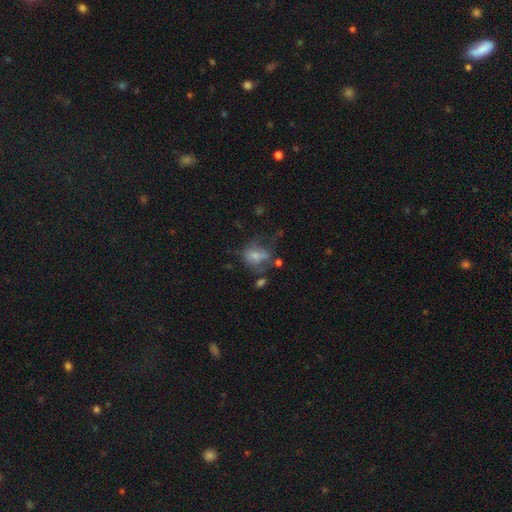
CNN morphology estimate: Q: Smooth or featured?
A: smooth (57%); runner-up: featured or disk (31%)
Q: How rounded?
A: in between (50%); runner-up: round (48%)
Q: Merging?
A: major disturbance (37%); runner-up: none (27%)